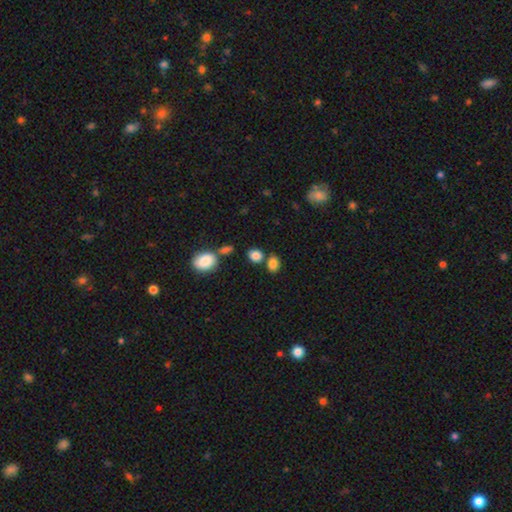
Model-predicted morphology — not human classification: Smooth or featured?
  - smooth: 84% *
  - star or artifact: 11%
  - featured or disk: 5%
How rounded?
  - round: 53% *
  - in between: 45%
  - cigar-shaped: 1%
Merging?
  - none: 65% *
  - merger: 19%
  - minor disturbance: 12%
  - major disturbance: 4%